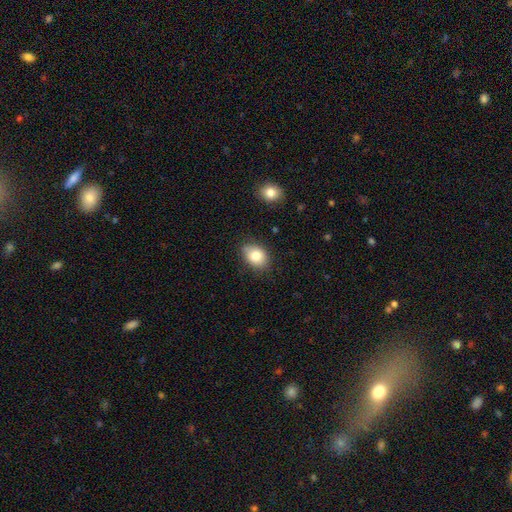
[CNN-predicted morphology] A smooth galaxy with no disk features (82%) that is in between round and cigar-shaped (73%).

Vote fractions:
- Smooth or featured? smooth: 82% / featured or disk: 9% / star or artifact: 8%
- How rounded? in between: 73% / round: 26% / cigar-shaped: 1%
- Merging? none: 75% / minor disturbance: 20% / major disturbance: 4% / merger: 2%